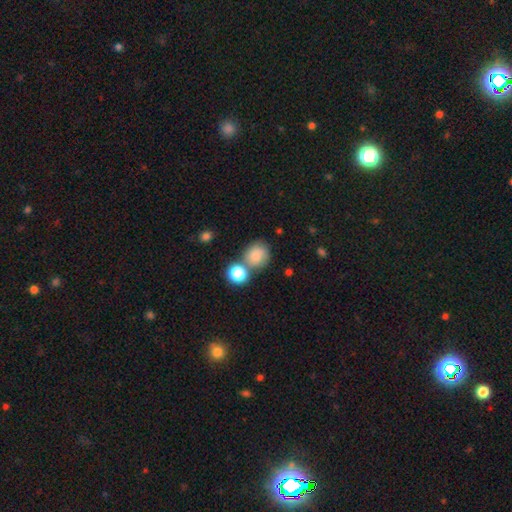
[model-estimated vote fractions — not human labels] smooth-or-featured: smooth: 82% | star or artifact: 9% | featured or disk: 8%
  how-rounded: round: 75% | in between: 24% | cigar-shaped: 1%
  merging: none: 54% | merger: 27% | minor disturbance: 14% | major disturbance: 5%